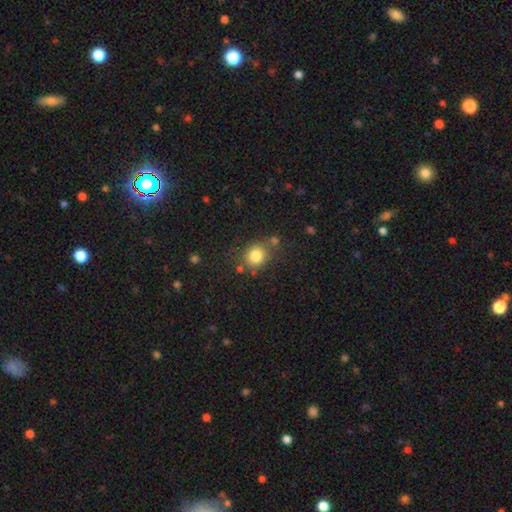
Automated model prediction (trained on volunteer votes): smooth_or_featured: smooth (p=0.81) [alt: star or artifact p=0.11]
how_rounded: round (p=0.77) [alt: in between p=0.22]
merging: none (p=0.74) [alt: minor disturbance p=0.13]